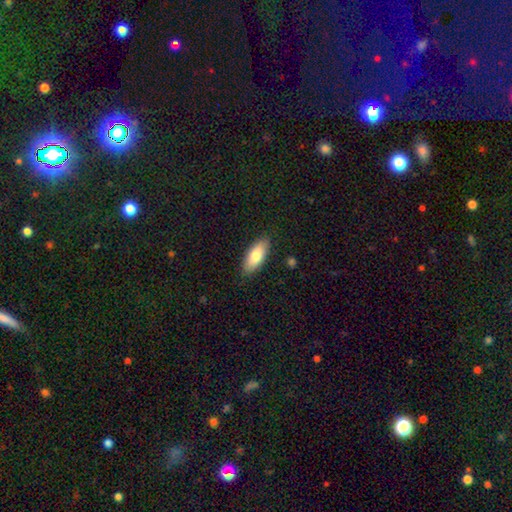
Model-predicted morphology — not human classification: Smooth or featured: smooth — 80% (featured or disk — 14%)
How rounded: in between — 80% (cigar-shaped — 18%)
Merging: none — 87% (minor disturbance — 10%)